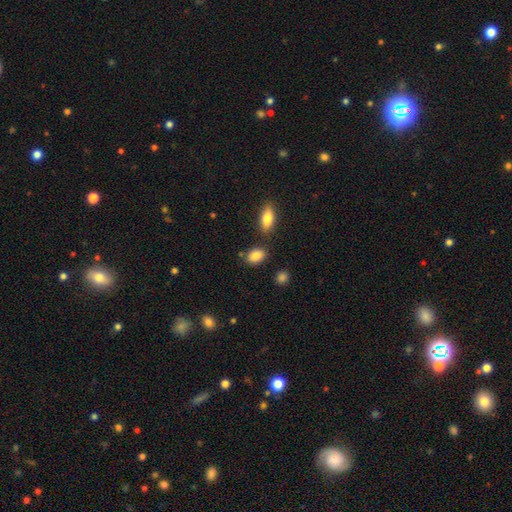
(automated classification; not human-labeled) This appears to be a smooth galaxy with no disk features (87%) that is in between round and cigar-shaped (82%). Merging: none (77%).